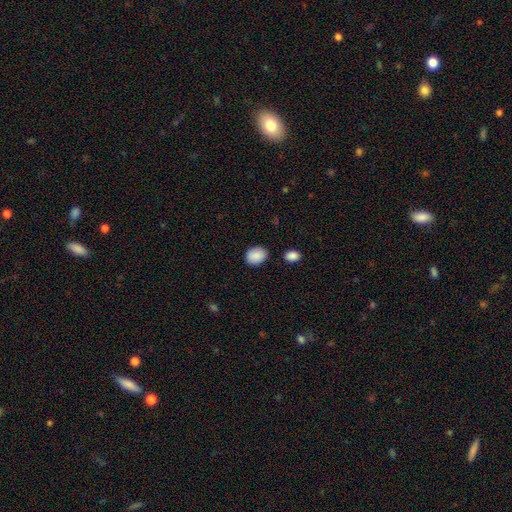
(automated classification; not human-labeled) smooth_or_featured: smooth (p=0.89) [alt: star or artifact p=0.07]
how_rounded: in between (p=0.64) [alt: round p=0.35]
merging: none (p=0.82) [alt: minor disturbance p=0.12]